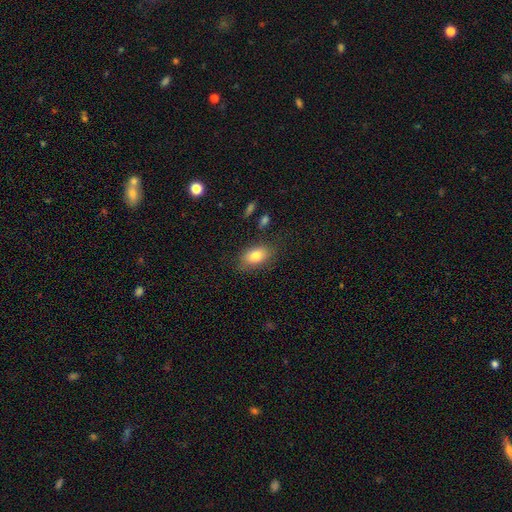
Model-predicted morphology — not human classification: type=smooth (81%); roundness=in between (89%); merging=none (78%).